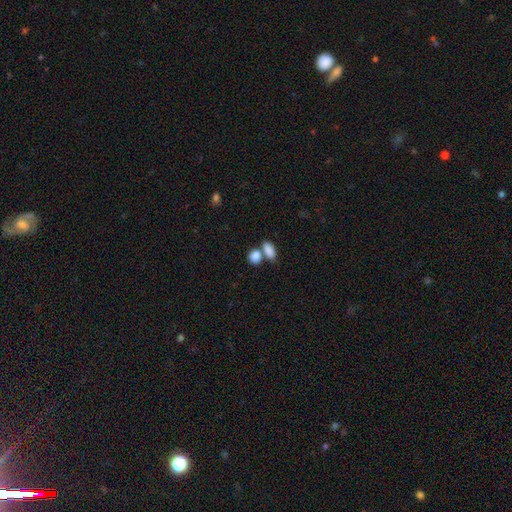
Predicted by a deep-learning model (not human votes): The model was most divided on "merging": merger: 44%, none: 43%, minor disturbance: 9%, major disturbance: 4%. More confident: smooth or featured — smooth (86%); how rounded — in between (66%).